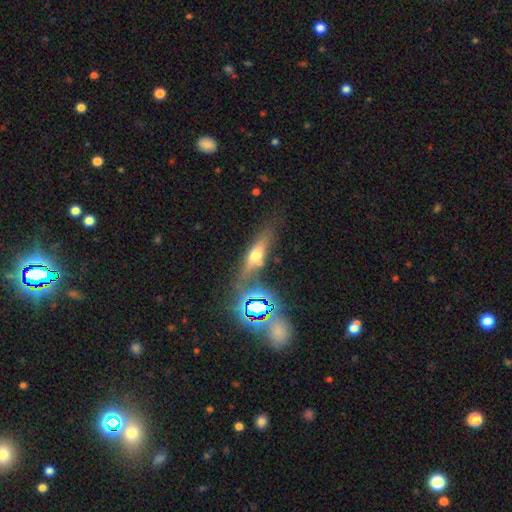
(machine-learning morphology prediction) type=smooth (43%); merging=none (67%).